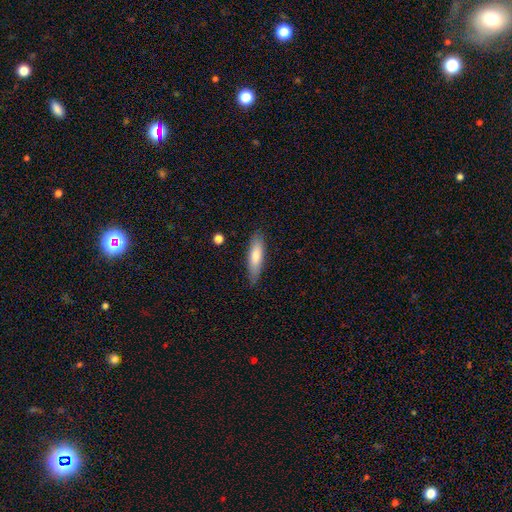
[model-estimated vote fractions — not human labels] Smooth or featured?
  - smooth: 71% *
  - featured or disk: 23%
  - star or artifact: 6%
How rounded?
  - cigar-shaped: 70% *
  - in between: 29%
  - round: 2%
Merging?
  - none: 83% *
  - minor disturbance: 13%
  - major disturbance: 2%
  - merger: 1%